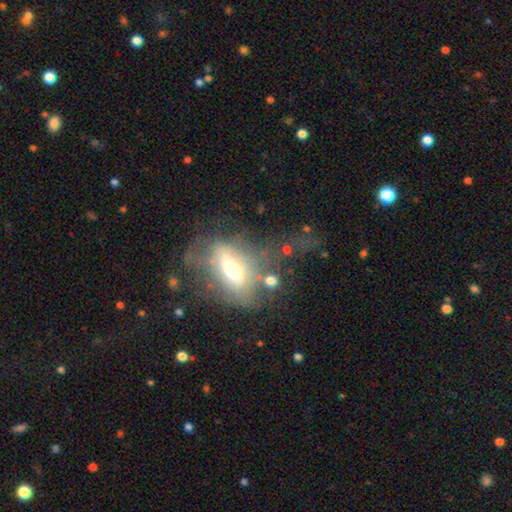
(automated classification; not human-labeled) Smooth or featured? featured or disk (53%)
Edge-on disk? no (73%)
Merging? none (35%)